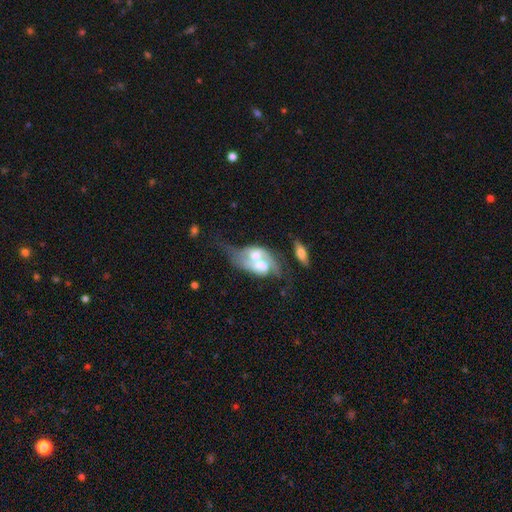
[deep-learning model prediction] This is likely a featured or disk galaxy (65%). It is clearly not viewed edge-on (93%). Bar: likely no (67%). Spiral arm pattern: likely yes (64%). Central bulge: possibly moderate (54%). Merging: likely merger (72%).